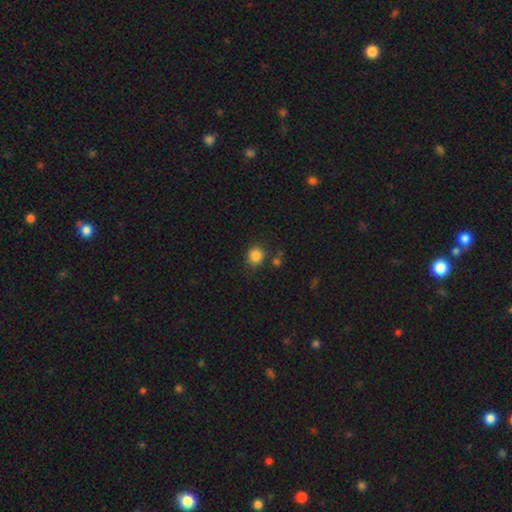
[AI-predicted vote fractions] smooth-or-featured: smooth: 85% | star or artifact: 10% | featured or disk: 4%
  how-rounded: round: 82% | in between: 18% | cigar-shaped: 1%
  merging: none: 80% | minor disturbance: 11% | merger: 6% | major disturbance: 3%